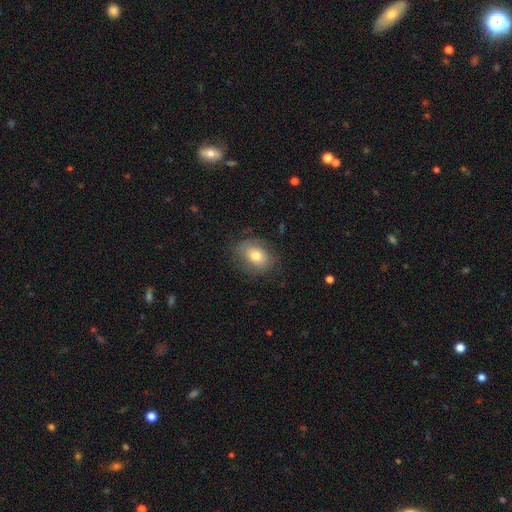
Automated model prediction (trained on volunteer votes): A smooth galaxy with no disk features (73%) that is in between round and cigar-shaped (53%). Merging: none (73%).